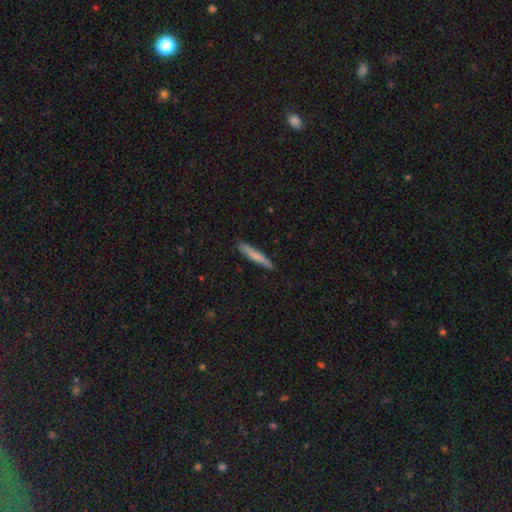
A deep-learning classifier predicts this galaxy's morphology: Smooth or featured: smooth — 73% (featured or disk — 22%)
How rounded: cigar-shaped — 94% (in between — 4%)
Merging: none — 87% (minor disturbance — 10%)